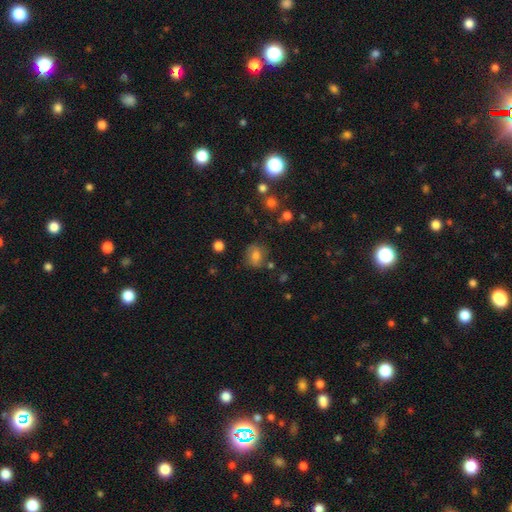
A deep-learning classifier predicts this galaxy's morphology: This appears to be a smooth galaxy with no disk features (74%) that is round (58%). Merging: none (73%).